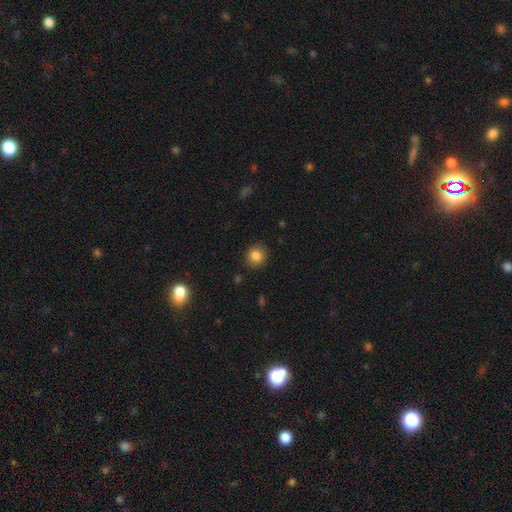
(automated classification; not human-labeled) Q: Smooth or featured?
A: smooth (85%); runner-up: star or artifact (10%)
Q: How rounded?
A: round (87%); runner-up: in between (12%)
Q: Merging?
A: none (87%); runner-up: minor disturbance (9%)